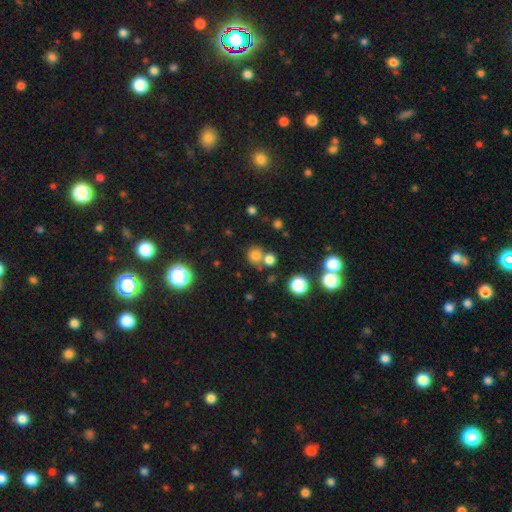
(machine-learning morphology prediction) Smooth or featured? smooth (73%)
How rounded? round (85%)
Merging? none (59%)